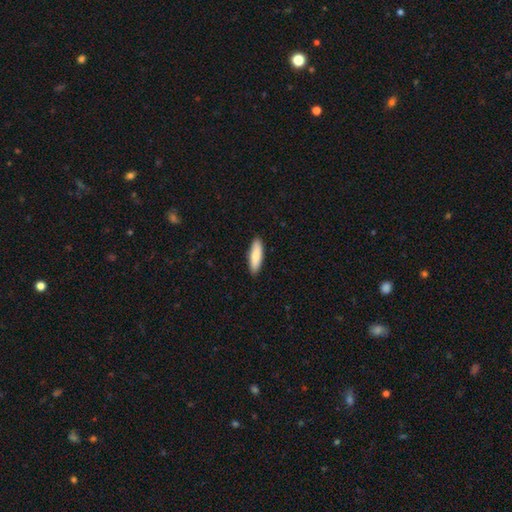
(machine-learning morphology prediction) A smooth galaxy with no disk features (84%) that is cigar-shaped (58%). Merging: none (90%).